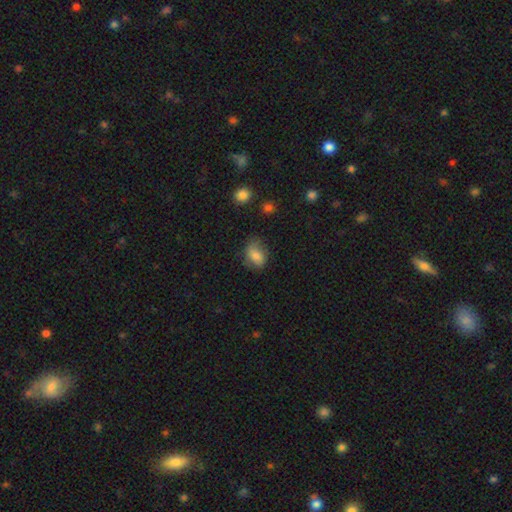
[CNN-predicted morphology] type=smooth (75%); roundness=in between (72%); merging=none (57%).